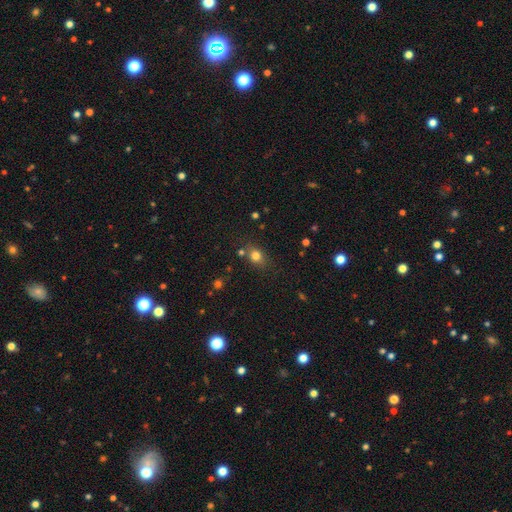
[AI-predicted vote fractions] Smooth or featured? smooth (78%)
How rounded? round (54%)
Merging? none (73%)